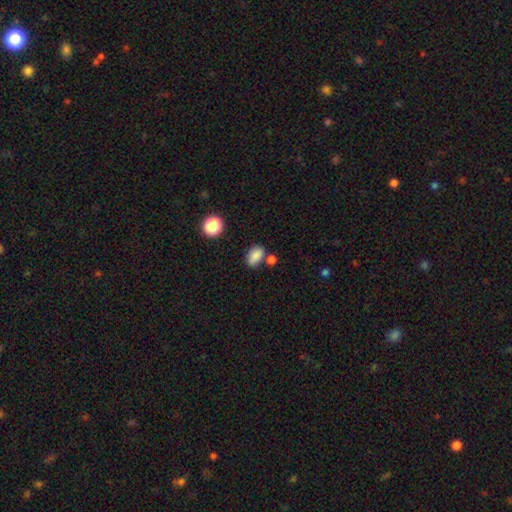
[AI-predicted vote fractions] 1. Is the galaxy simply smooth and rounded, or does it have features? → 84% smooth, 10% star or artifact, 6% featured or disk.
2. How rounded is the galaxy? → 86% in between, 12% round, 2% cigar-shaped.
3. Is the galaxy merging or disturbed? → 62% none, 18% minor disturbance, 15% merger, 5% major disturbance.